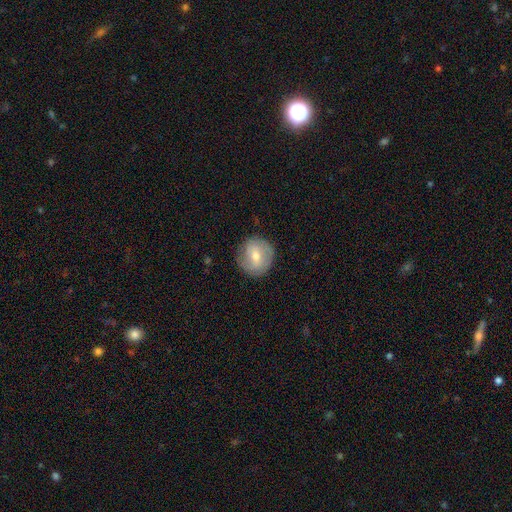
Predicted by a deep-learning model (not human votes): Smooth or featured? Predicted: featured or disk (p=0.52). Edge-on disk? Predicted: no (p=0.96). Merging? Predicted: none (p=0.83).